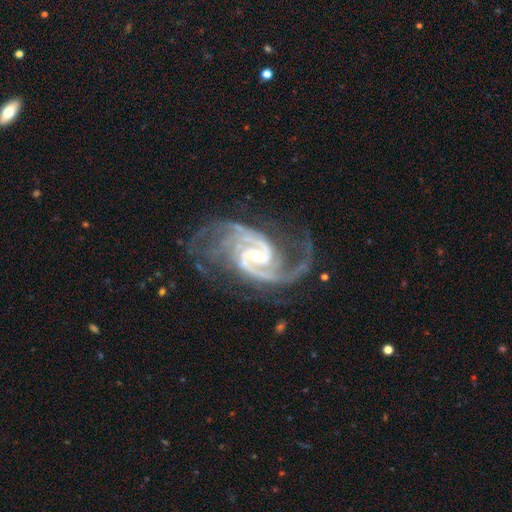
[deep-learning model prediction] featured or disk 93%, star or artifact 5%, smooth 2%. Down the decision tree: edge-on disk — no (98%); bar — weak (49%); spiral arms — yes (99%); spiral arm count — 2 (65%); spiral winding — medium (55%); bulge size — small (55%); merging — none (61%).